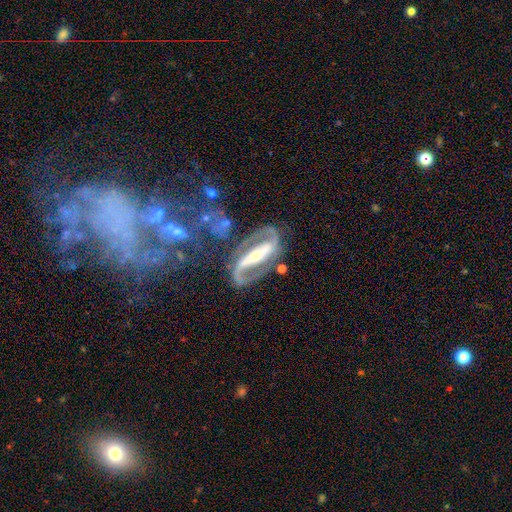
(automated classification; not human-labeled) featured or disk 91%, smooth 5%, star or artifact 4%. Down the decision tree: edge-on disk — no (93%); bar — strong (81%); spiral arms — yes (95%); spiral arm count — 2 (92%); spiral winding — medium (51%); bulge size — small (50%); merging — none (71%).